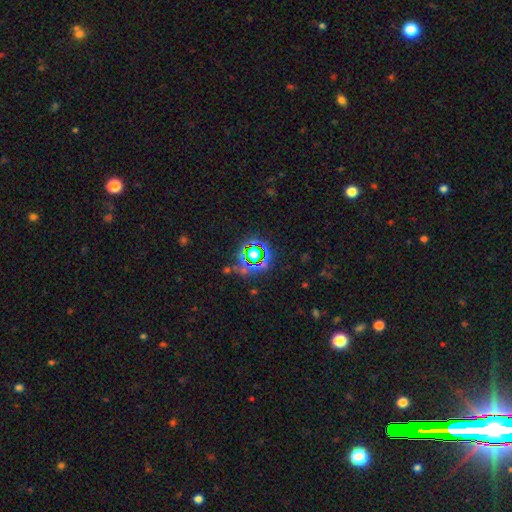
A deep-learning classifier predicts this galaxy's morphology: smooth-or-featured: star or artifact: 67% | smooth: 22% | featured or disk: 12%